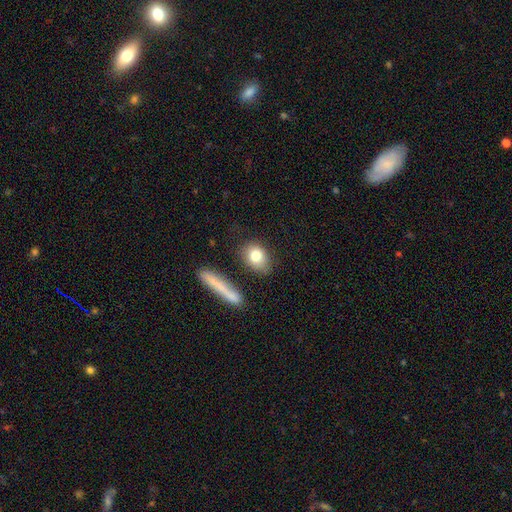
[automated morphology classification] This is clearly a smooth galaxy (80%). How rounded: possibly in between (55%). Merging: likely none (75%).